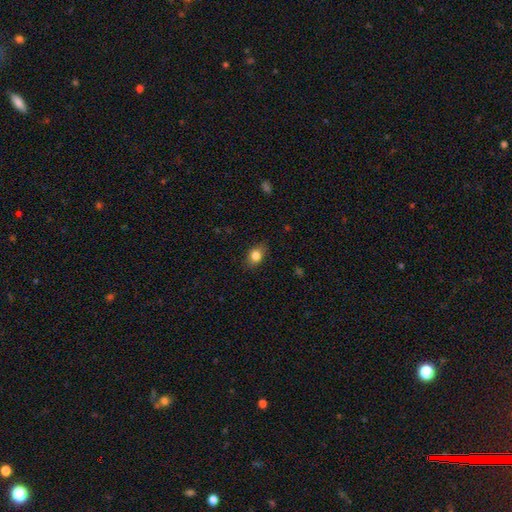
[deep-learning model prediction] Q: Smooth or featured?
A: smooth (82%); runner-up: star or artifact (10%)
Q: How rounded?
A: in between (65%); runner-up: round (34%)
Q: Merging?
A: none (82%); runner-up: minor disturbance (14%)